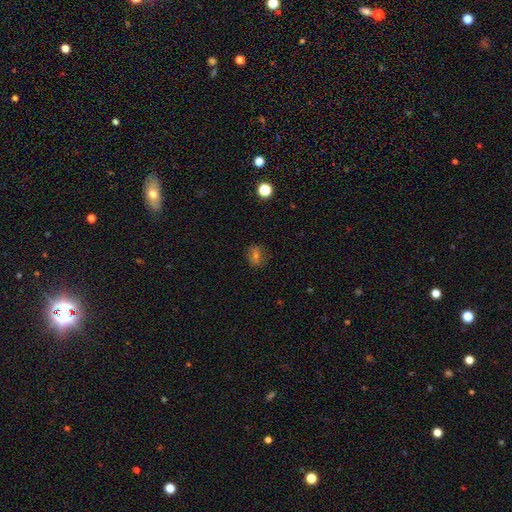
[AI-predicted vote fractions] The model was most divided on "smooth or featured": smooth: 51%, star or artifact: 26%, featured or disk: 23%. More confident: merging — none (80%); how rounded — round (66%).